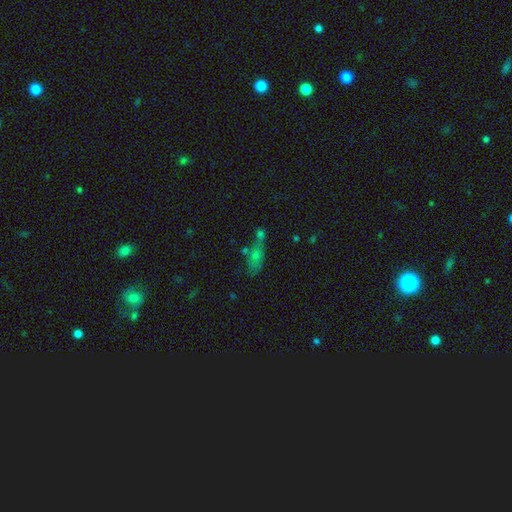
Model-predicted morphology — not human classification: type=smooth (59%); roundness=in between (64%); merging=merger (37%).